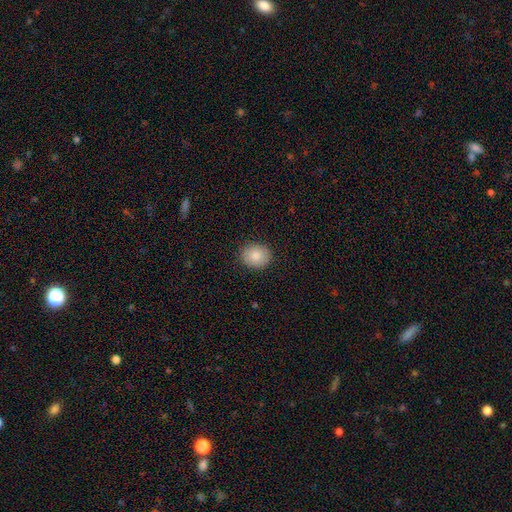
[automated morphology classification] smooth-or-featured: smooth: 87% | star or artifact: 7% | featured or disk: 6%
  how-rounded: round: 65% | in between: 34% | cigar-shaped: 1%
  merging: none: 89% | minor disturbance: 8% | major disturbance: 2% | merger: 1%